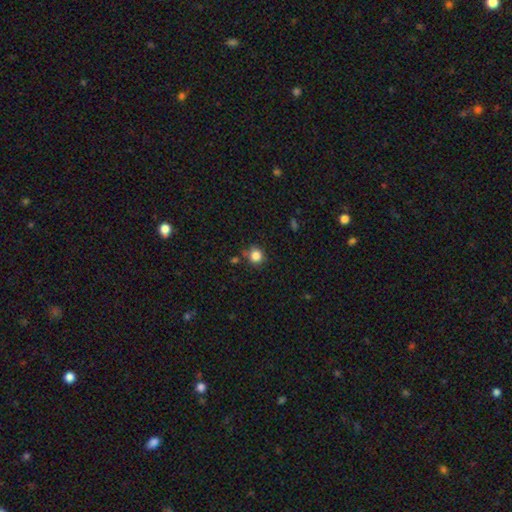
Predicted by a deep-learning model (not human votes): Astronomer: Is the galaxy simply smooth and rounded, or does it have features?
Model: smooth — 84%.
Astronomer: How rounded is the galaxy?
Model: round — 89%.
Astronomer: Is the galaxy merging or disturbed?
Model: none — 75%.